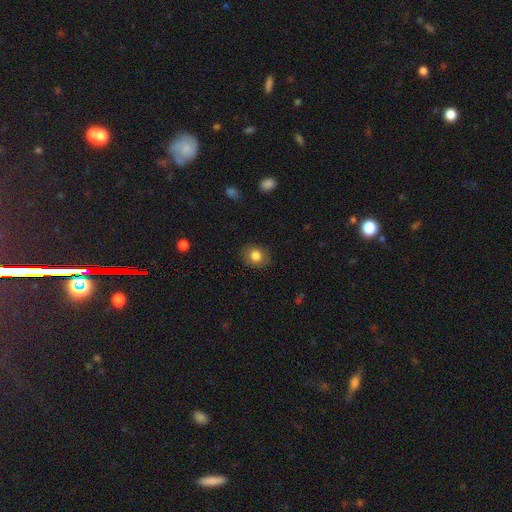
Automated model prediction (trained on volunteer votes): Morphology: type=smooth (81%); roundness=round (68%); merging=none (85%).